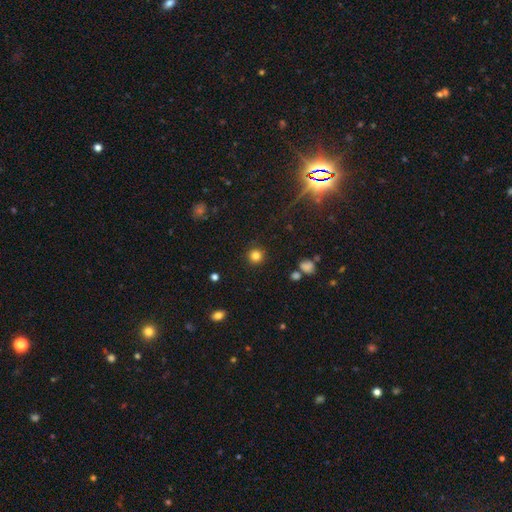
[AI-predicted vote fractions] smooth-or-featured: smooth: 80% | star or artifact: 14% | featured or disk: 6%
  how-rounded: round: 94% | in between: 5% | cigar-shaped: 1%
  merging: none: 90% | minor disturbance: 6% | major disturbance: 2% | merger: 2%